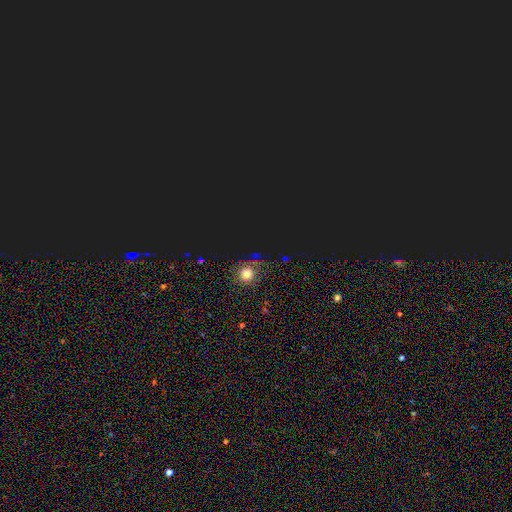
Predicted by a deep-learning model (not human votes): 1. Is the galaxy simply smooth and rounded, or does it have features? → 46% smooth, 45% star or artifact, 9% featured or disk.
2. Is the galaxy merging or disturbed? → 84% none, 10% minor disturbance, 4% major disturbance, 3% merger.